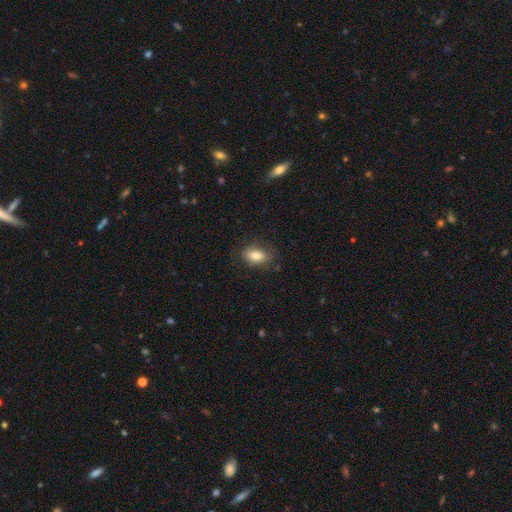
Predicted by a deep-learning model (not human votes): Smooth or featured? smooth (80%)
How rounded? in between (83%)
Merging? none (78%)